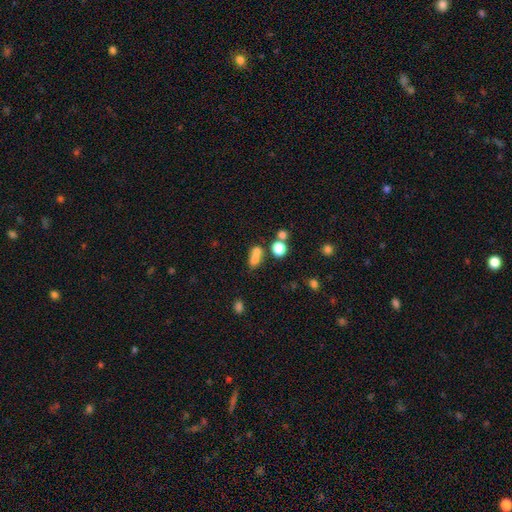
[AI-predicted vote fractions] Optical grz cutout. It shows a smooth galaxy with no disk features (72%) that is in between round and cigar-shaped (62%). Merging: merger (45%).